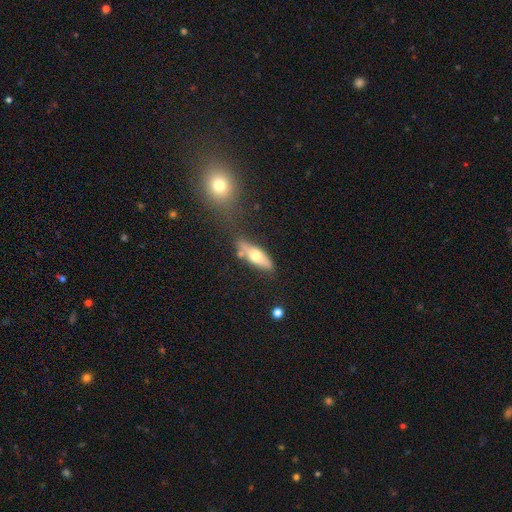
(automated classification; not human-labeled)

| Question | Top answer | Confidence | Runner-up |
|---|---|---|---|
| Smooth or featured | smooth | 54% | featured or disk (40%) |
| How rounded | in between | 57% | cigar-shaped (40%) |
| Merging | none | 66% | minor disturbance (18%) |